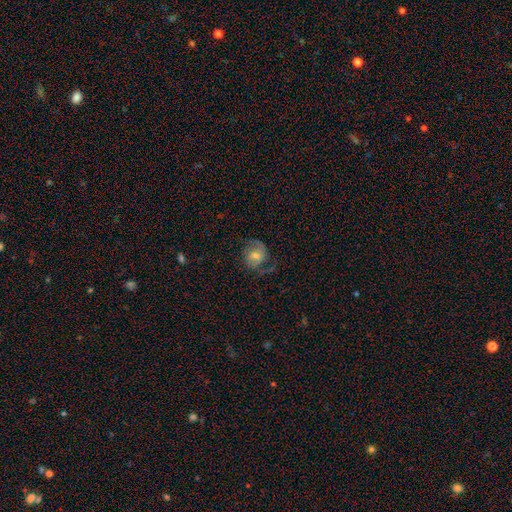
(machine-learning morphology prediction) This appears to be a featured or disk galaxy (62%) with no bar (52%), 2 (82%) medium (47%) spiral arms (89%) and a moderate central bulge (51%). Merging: none (62%).